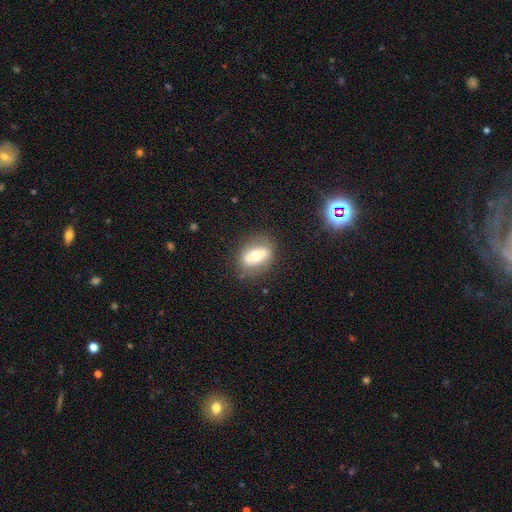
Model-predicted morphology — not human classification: The model was most divided on "smooth or featured": smooth: 52%, featured or disk: 40%, star or artifact: 8%. More confident: merging — none (79%); how rounded — in between (74%).